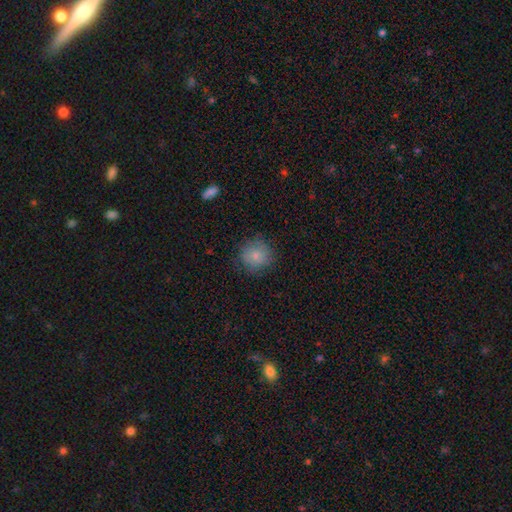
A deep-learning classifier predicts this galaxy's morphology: The model was most divided on "merging": none: 80%, minor disturbance: 15%, major disturbance: 4%, merger: 1%. More confident: how rounded — round (91%); smooth or featured — smooth (82%).